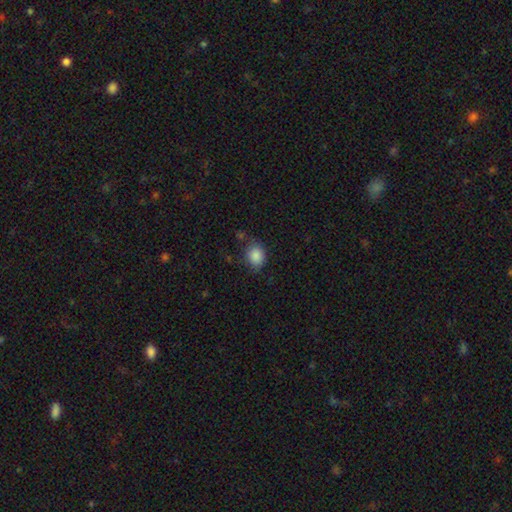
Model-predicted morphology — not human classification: Overall: smooth (87%). How rounded: round (53%; in between 46%). Merging: none (72%).